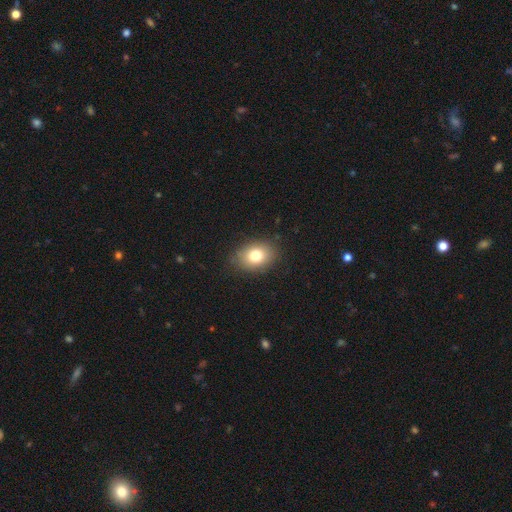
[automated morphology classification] Smooth or featured: smooth — 78% (featured or disk — 11%)
How rounded: in between — 69% (round — 29%)
Merging: none — 85% (minor disturbance — 11%)